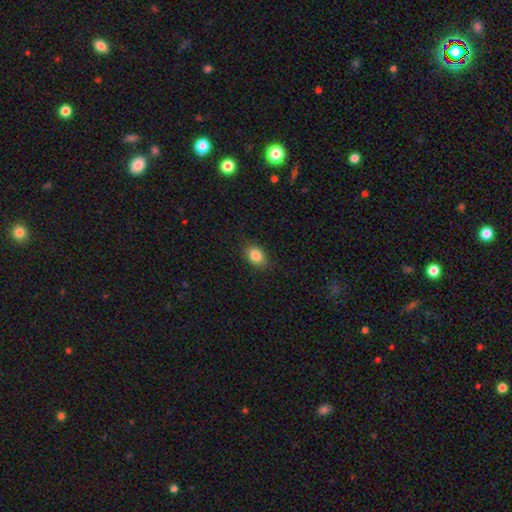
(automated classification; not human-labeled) smooth-or-featured: smooth: 84% | star or artifact: 9% | featured or disk: 6%
  how-rounded: in between: 63% | round: 35% | cigar-shaped: 1%
  merging: none: 85% | minor disturbance: 12% | major disturbance: 3% | merger: 1%